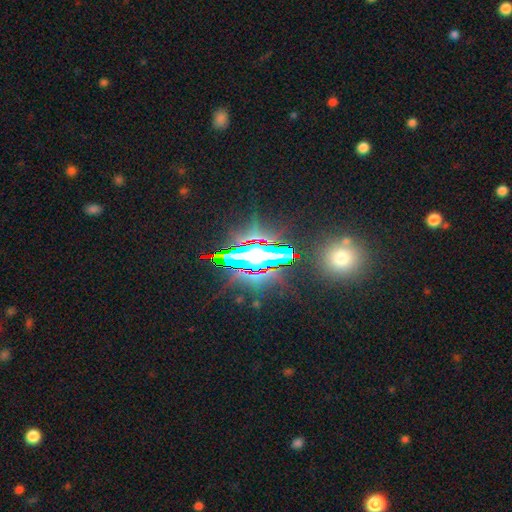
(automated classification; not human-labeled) Q: Smooth or featured?
A: star or artifact (78%); runner-up: featured or disk (11%)